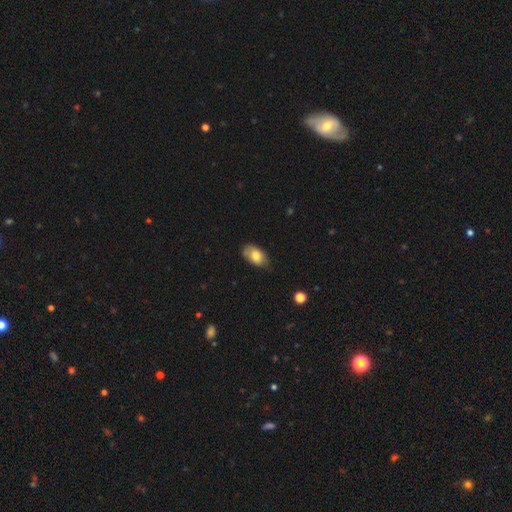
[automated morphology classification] Overall: smooth (75%). How rounded: in between (92%). Merging: none (66%; minor disturbance 28%).